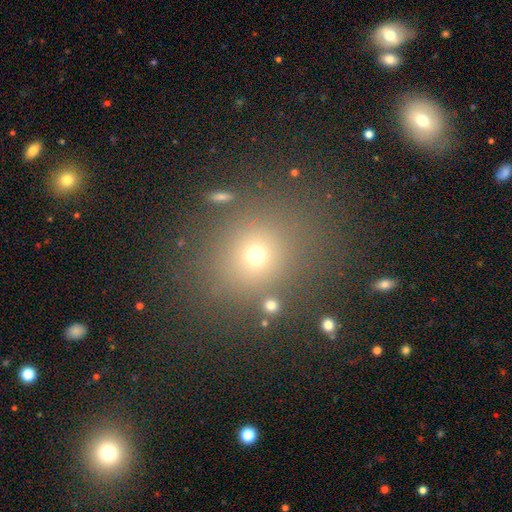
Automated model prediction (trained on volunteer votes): The model was most divided on "smooth or featured": smooth: 63%, star or artifact: 27%, featured or disk: 10%. More confident: merging — none (81%); how rounded — round (75%).